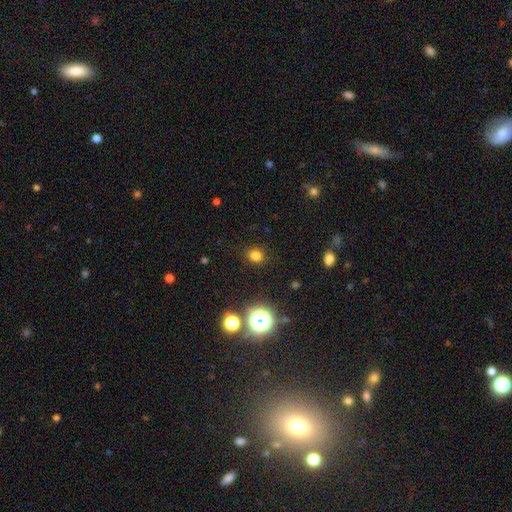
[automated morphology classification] smooth-or-featured: smooth: 77% | star or artifact: 18% | featured or disk: 5%
  how-rounded: round: 80% | in between: 19% | cigar-shaped: 1%
  merging: none: 88% | minor disturbance: 7% | major disturbance: 3% | merger: 2%